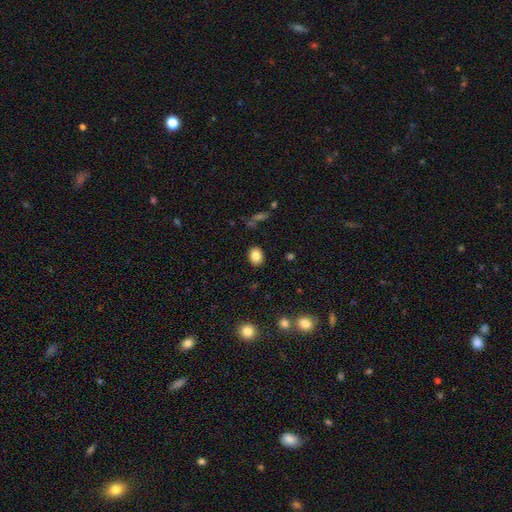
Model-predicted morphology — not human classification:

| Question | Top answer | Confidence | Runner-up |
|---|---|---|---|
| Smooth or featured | smooth | 84% | star or artifact (9%) |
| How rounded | round | 51% | in between (48%) |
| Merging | none | 88% | minor disturbance (8%) |